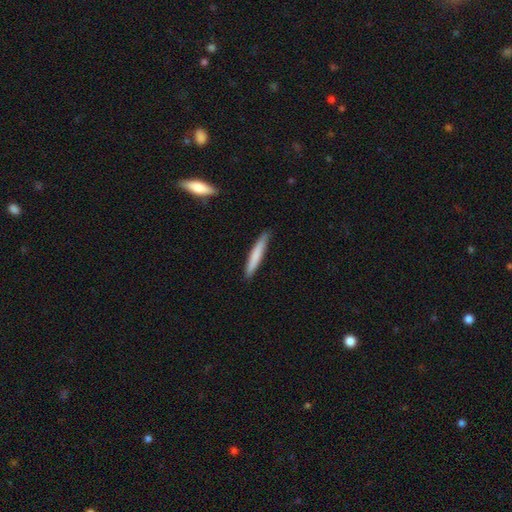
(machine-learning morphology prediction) A smooth galaxy with no disk features (76%) that is cigar-shaped (94%).

Vote fractions:
- Smooth or featured? smooth: 76% / featured or disk: 19% / star or artifact: 5%
- How rounded? cigar-shaped: 94% / in between: 5% / round: 1%
- Merging? none: 88% / minor disturbance: 10% / major disturbance: 2% / merger: 1%